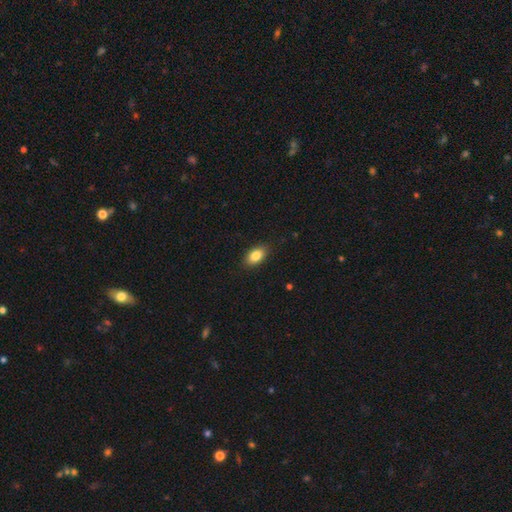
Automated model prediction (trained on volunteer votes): smooth_or_featured: smooth (p=0.84) [alt: featured or disk p=0.08]
how_rounded: in between (p=0.90) [alt: round p=0.07]
merging: none (p=0.87) [alt: minor disturbance p=0.10]